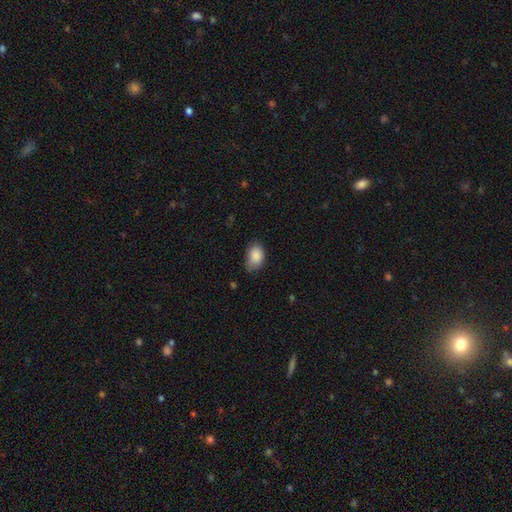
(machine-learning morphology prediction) Smooth or featured? Predicted: smooth (p=0.88). How rounded? Predicted: in between (p=0.85). Merging? Predicted: none (p=0.69).